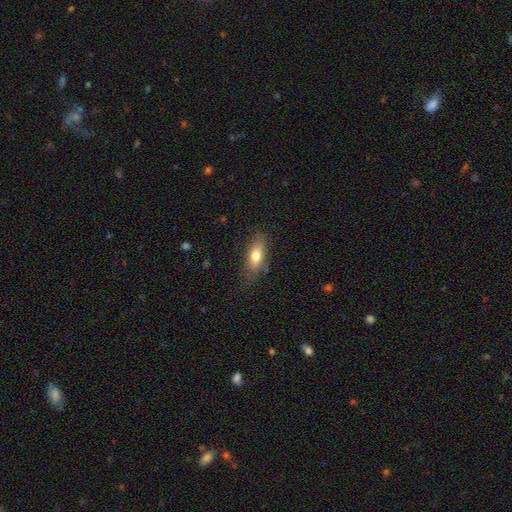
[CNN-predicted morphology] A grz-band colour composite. It shows a smooth galaxy with no disk features (77%) that is in between round and cigar-shaped (79%). Merging: none (74%).